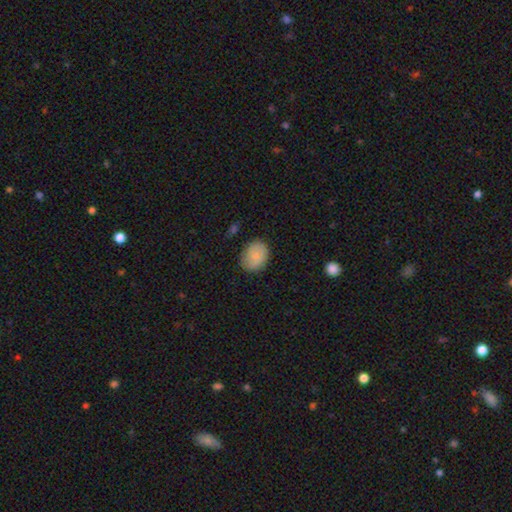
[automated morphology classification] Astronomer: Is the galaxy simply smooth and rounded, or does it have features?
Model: smooth — 79%.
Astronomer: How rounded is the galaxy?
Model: in between — 59% (runner-up: round, 40%).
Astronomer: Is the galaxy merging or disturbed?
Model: none — 80%.